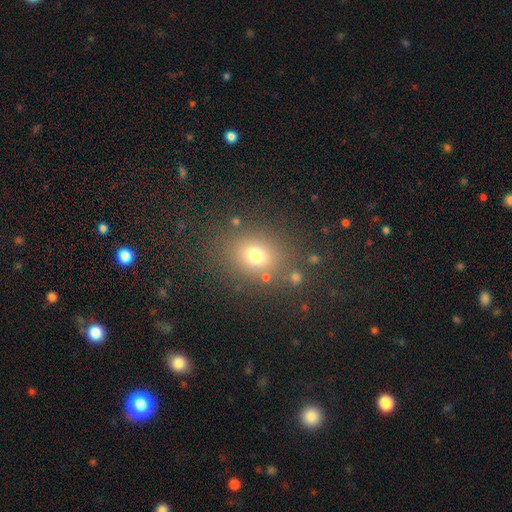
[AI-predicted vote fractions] Smooth or featured? smooth (71%)
How rounded? round (55%)
Merging? none (79%)